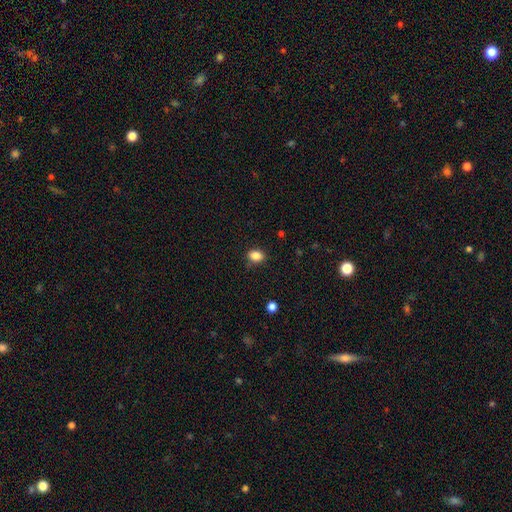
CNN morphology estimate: smooth-or-featured: smooth: 86% | star or artifact: 10% | featured or disk: 4%
  how-rounded: in between: 66% | round: 33% | cigar-shaped: 1%
  merging: none: 82% | minor disturbance: 13% | major disturbance: 3% | merger: 2%